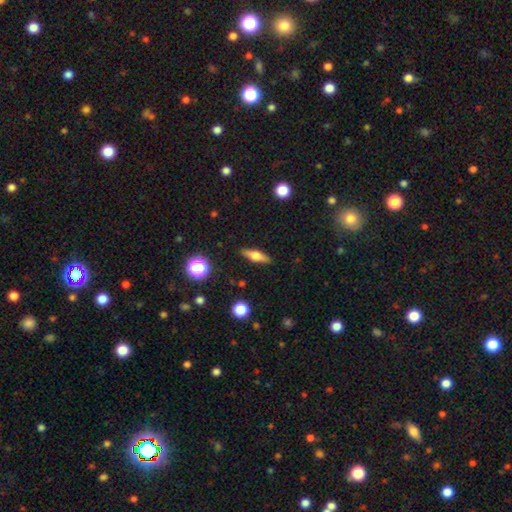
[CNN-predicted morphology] type=smooth (48%); merging=none (88%).